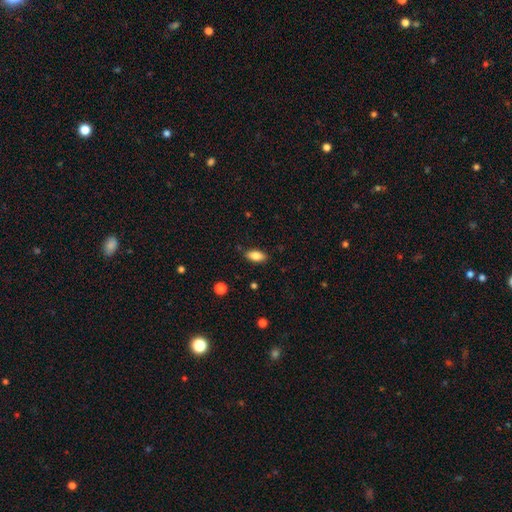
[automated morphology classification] Smooth or featured? smooth (85%)
How rounded? in between (90%)
Merging? none (85%)